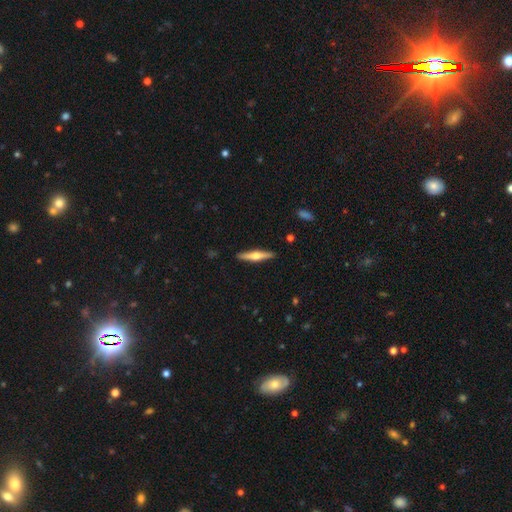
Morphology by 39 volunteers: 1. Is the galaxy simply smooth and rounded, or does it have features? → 62% featured or disk, 36% smooth, 3% star or artifact.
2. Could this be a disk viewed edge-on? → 100% yes, 0% no.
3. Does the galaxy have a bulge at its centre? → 96% rounded, 4% boxy, 0% none.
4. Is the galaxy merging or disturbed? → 87% none, 8% minor disturbance, 3% major disturbance, 3% merger.